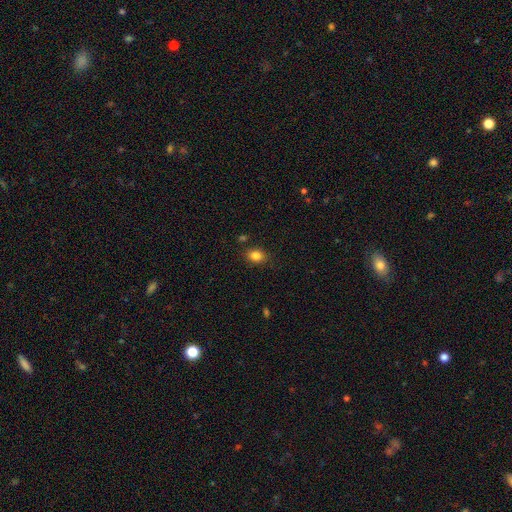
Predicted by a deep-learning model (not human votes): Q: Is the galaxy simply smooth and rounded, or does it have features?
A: smooth — 84%.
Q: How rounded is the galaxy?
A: in between — 59%.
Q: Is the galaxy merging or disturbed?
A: none — 84%.